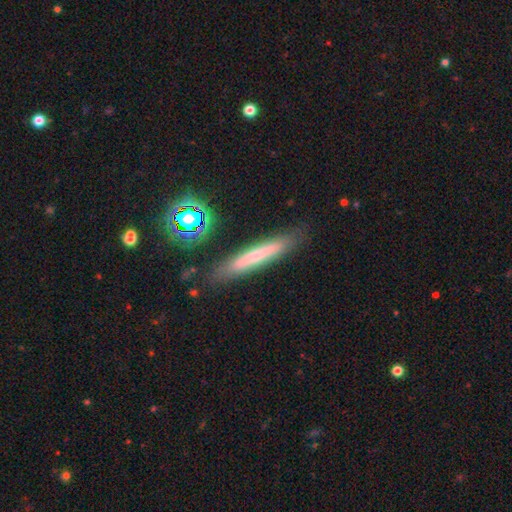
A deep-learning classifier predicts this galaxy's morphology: smooth-or-featured: smooth: 54% | featured or disk: 36% | star or artifact: 10%
  how-rounded: cigar-shaped: 93% | in between: 6% | round: 2%
  merging: none: 85% | minor disturbance: 10% | major disturbance: 2% | merger: 2%